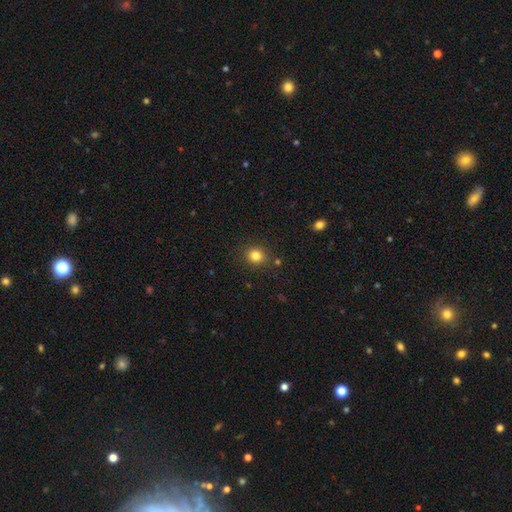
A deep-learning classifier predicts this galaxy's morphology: type=smooth (82%); roundness=round (79%); merging=none (86%).